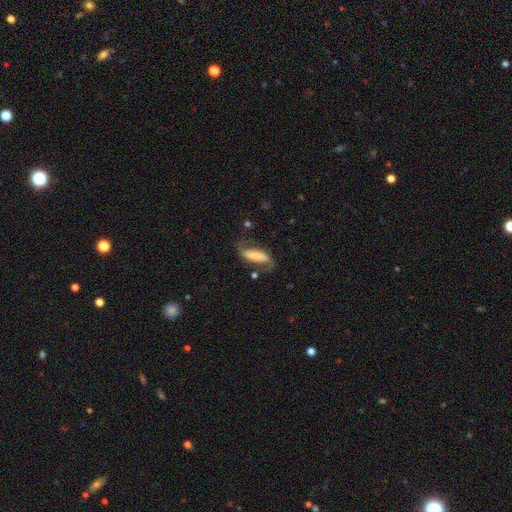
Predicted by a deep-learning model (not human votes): This is likely a featured or disk galaxy (62%). It is clearly not viewed edge-on (88%). Bar: possibly strong (50%). Spiral arm pattern: clearly yes (89%). Central bulge: marginally small (37%). Merging: possibly none (57%).